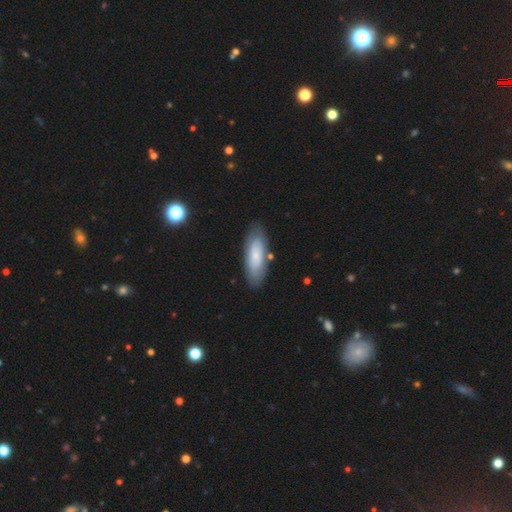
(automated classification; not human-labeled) Q: Smooth or featured?
A: smooth (68%); runner-up: featured or disk (26%)
Q: How rounded?
A: in between (68%); runner-up: cigar-shaped (30%)
Q: Merging?
A: none (79%); runner-up: minor disturbance (14%)